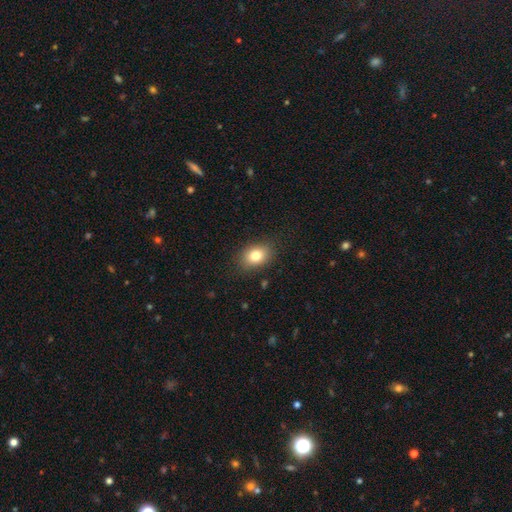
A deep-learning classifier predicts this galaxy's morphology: Smooth or featured? smooth (80%)
How rounded? in between (70%)
Merging? none (85%)